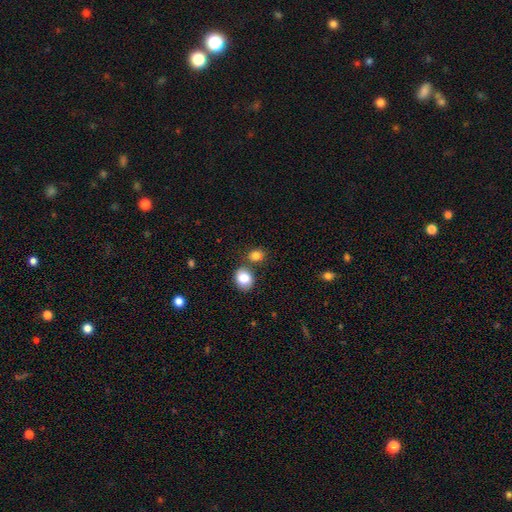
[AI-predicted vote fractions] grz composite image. It shows a smooth galaxy with no disk features (82%) that is round (63%). Merging: none (64%).